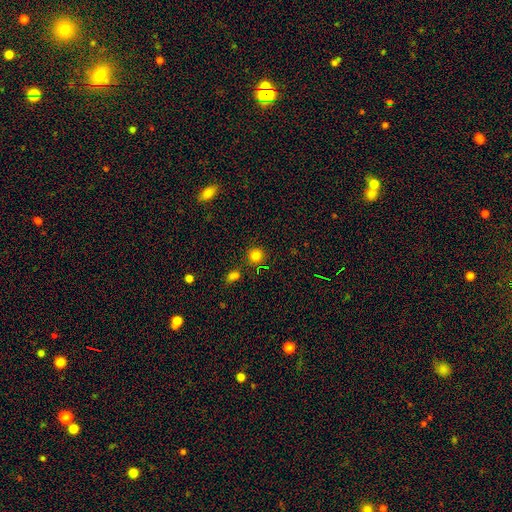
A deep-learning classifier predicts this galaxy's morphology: smooth-or-featured: smooth: 81% | star or artifact: 14% | featured or disk: 5%
  how-rounded: round: 93% | in between: 6% | cigar-shaped: 1%
  merging: none: 85% | minor disturbance: 8% | merger: 5% | major disturbance: 3%